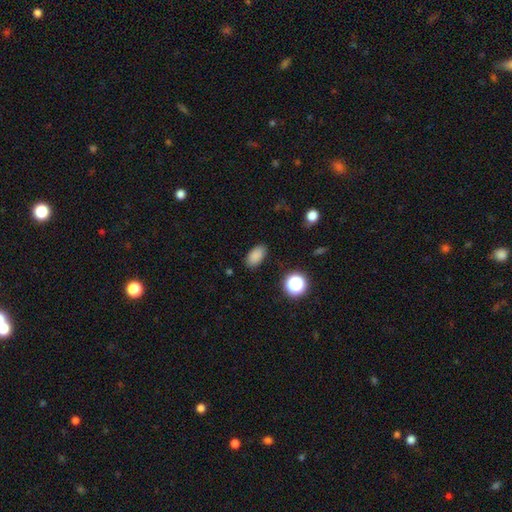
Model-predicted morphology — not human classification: smooth_or_featured: smooth (p=0.85) [alt: star or artifact p=0.11]
how_rounded: in between (p=0.91) [alt: round p=0.07]
merging: none (p=0.86) [alt: minor disturbance p=0.10]